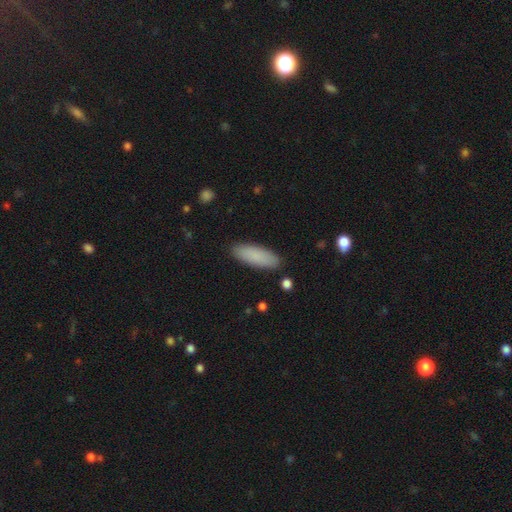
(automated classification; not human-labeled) Morphology: type=smooth (86%); roundness=in between (57%); merging=none (89%).